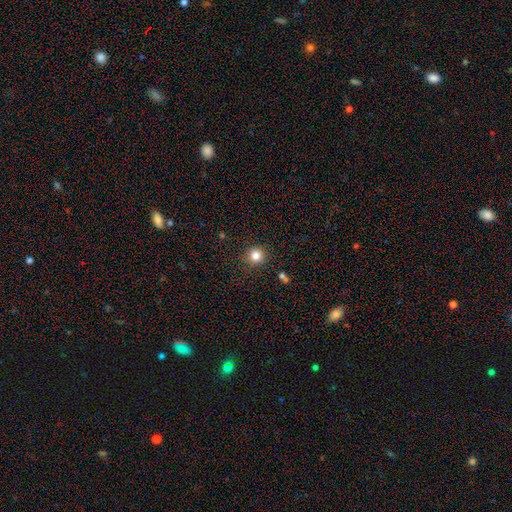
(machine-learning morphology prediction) Smooth or featured? smooth (83%)
How rounded? round (93%)
Merging? none (89%)